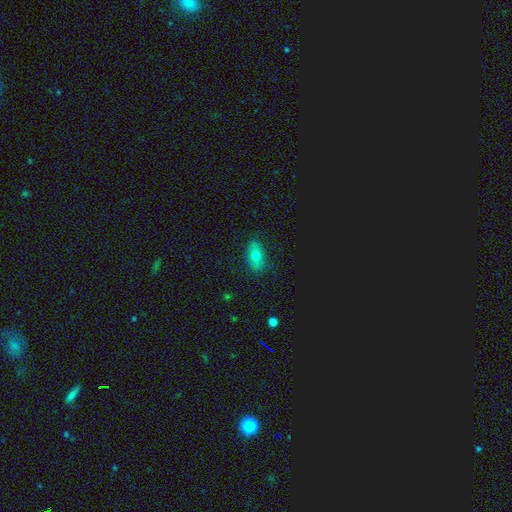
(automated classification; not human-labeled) Smooth or featured? Predicted: smooth (p=0.72). How rounded? Predicted: in between (p=0.86). Merging? Predicted: none (p=0.84).